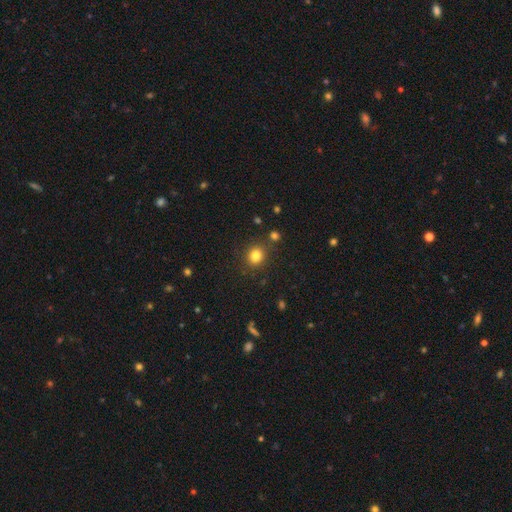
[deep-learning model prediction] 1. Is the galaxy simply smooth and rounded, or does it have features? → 81% smooth, 13% star or artifact, 6% featured or disk.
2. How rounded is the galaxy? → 80% round, 19% in between, 1% cigar-shaped.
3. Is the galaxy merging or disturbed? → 83% none, 9% minor disturbance, 5% merger, 3% major disturbance.